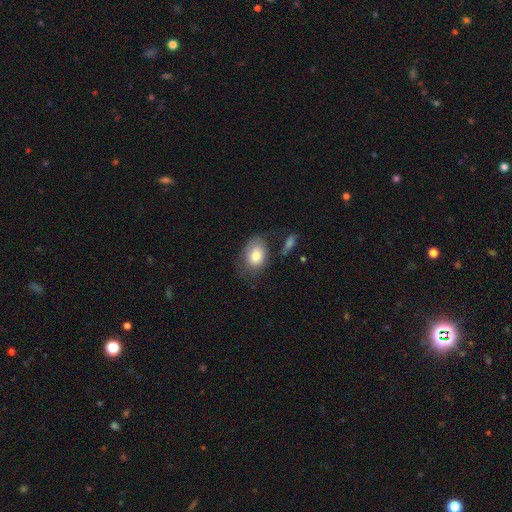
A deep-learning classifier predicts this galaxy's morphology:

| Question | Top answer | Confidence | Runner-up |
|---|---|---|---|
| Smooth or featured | smooth | 78% | featured or disk (15%) |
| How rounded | in between | 80% | round (19%) |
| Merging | none | 56% | minor disturbance (25%) |